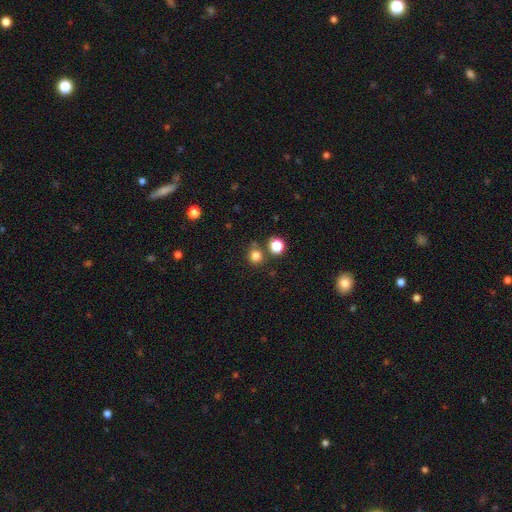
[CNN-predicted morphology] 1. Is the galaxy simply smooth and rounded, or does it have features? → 80% smooth, 15% star or artifact, 5% featured or disk.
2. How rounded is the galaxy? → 88% round, 11% in between, 1% cigar-shaped.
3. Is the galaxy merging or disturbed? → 75% none, 12% merger, 9% minor disturbance, 3% major disturbance.